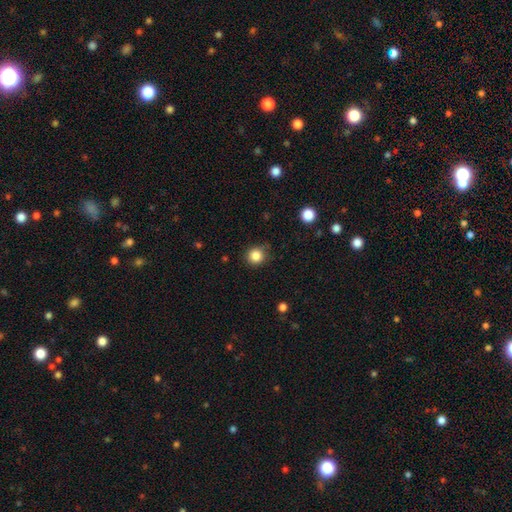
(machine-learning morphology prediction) Smooth or featured?
  - smooth: 85% *
  - star or artifact: 11%
  - featured or disk: 4%
How rounded?
  - round: 92% *
  - in between: 7%
  - cigar-shaped: 1%
Merging?
  - none: 84% *
  - minor disturbance: 11%
  - major disturbance: 3%
  - merger: 2%